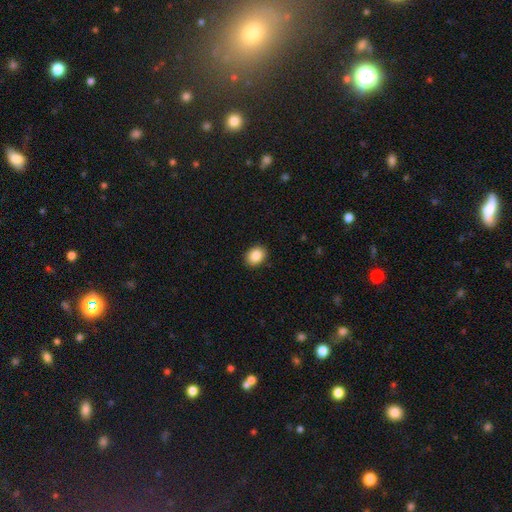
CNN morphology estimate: Q: Smooth or featured?
A: smooth (88%); runner-up: star or artifact (8%)
Q: How rounded?
A: in between (56%); runner-up: round (43%)
Q: Merging?
A: none (90%); runner-up: minor disturbance (7%)